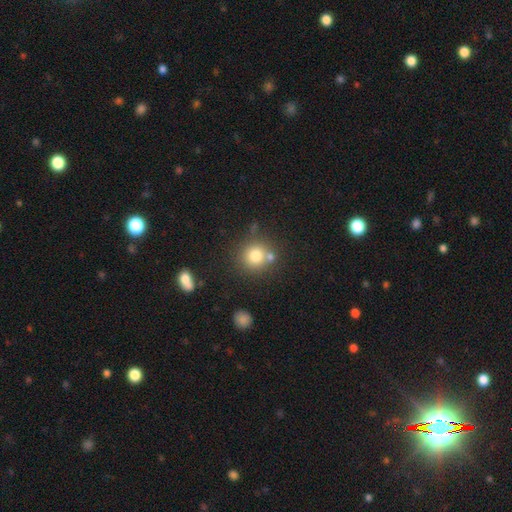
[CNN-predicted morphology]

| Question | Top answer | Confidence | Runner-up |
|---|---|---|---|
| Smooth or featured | smooth | 77% | star or artifact (12%) |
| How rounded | round | 91% | in between (8%) |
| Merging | none | 66% | merger (21%) |